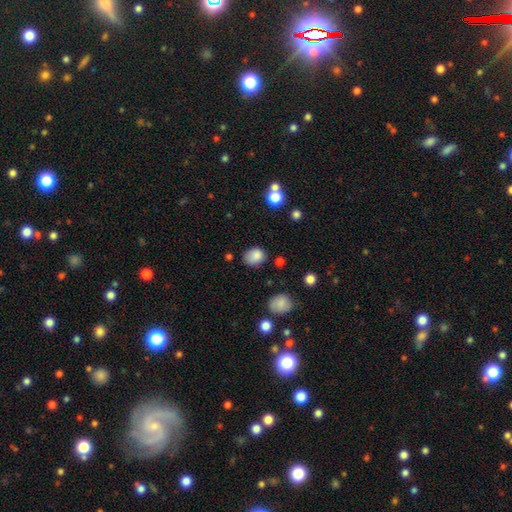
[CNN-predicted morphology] This appears to be a smooth galaxy with no disk features (85%) that is in between round and cigar-shaped (51%). Merging: none (68%).